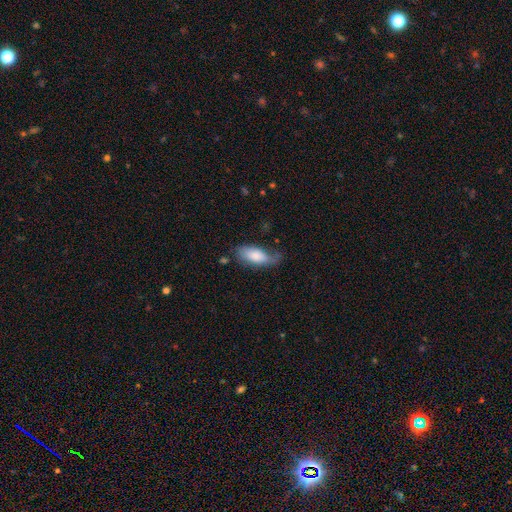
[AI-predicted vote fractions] Overall: smooth (76%). How rounded: in between (87%). Merging: none (45%; minor disturbance 35%).